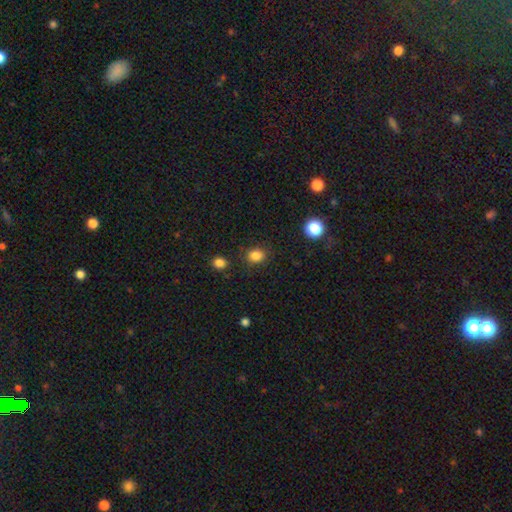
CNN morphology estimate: Smooth or featured: smooth — 84% (star or artifact — 11%)
How rounded: round — 60% (in between — 39%)
Merging: none — 84% (minor disturbance — 11%)